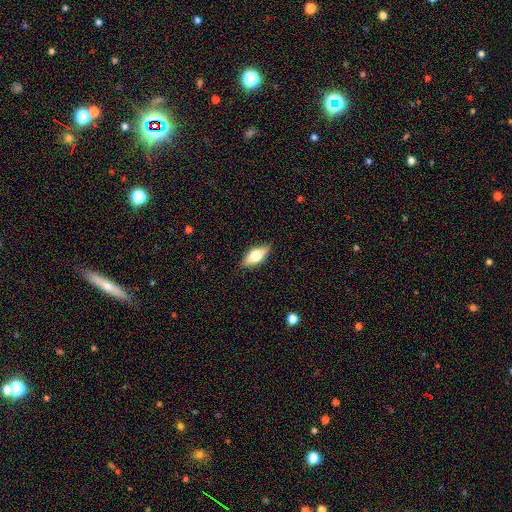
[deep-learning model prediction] Smooth or featured? smooth (53%)
How rounded? in between (75%)
Merging? none (87%)